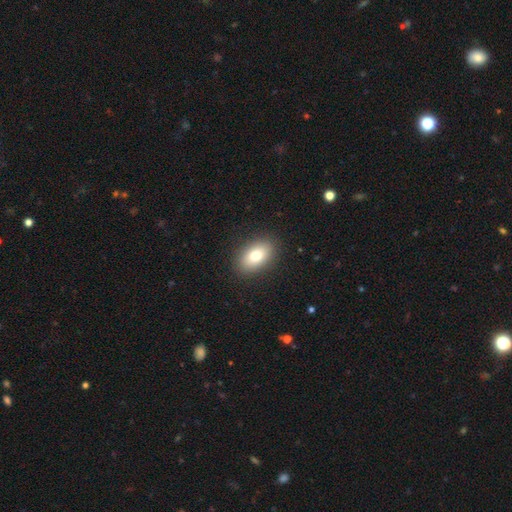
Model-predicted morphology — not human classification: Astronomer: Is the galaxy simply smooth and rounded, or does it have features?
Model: smooth — 79%.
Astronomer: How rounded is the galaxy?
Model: in between — 90%.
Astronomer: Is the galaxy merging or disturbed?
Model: none — 89%.